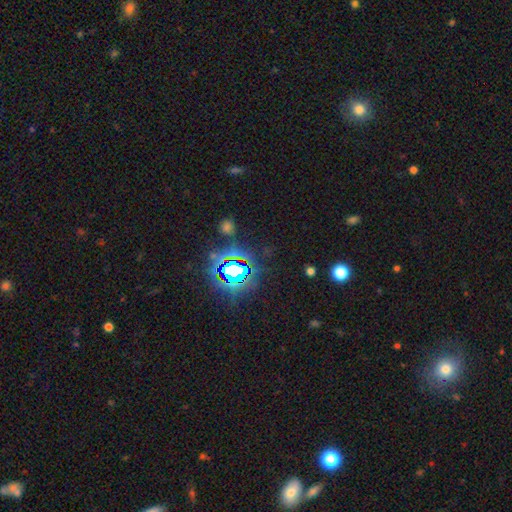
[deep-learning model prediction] Smooth or featured? star or artifact (82%)